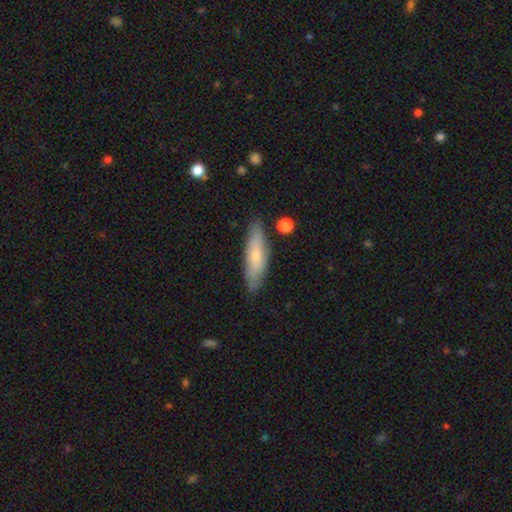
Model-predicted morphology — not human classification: smooth_or_featured: smooth (p=0.66) [alt: featured or disk p=0.28]
how_rounded: cigar-shaped (p=0.64) [alt: in between p=0.34]
merging: none (p=0.82) [alt: minor disturbance p=0.13]